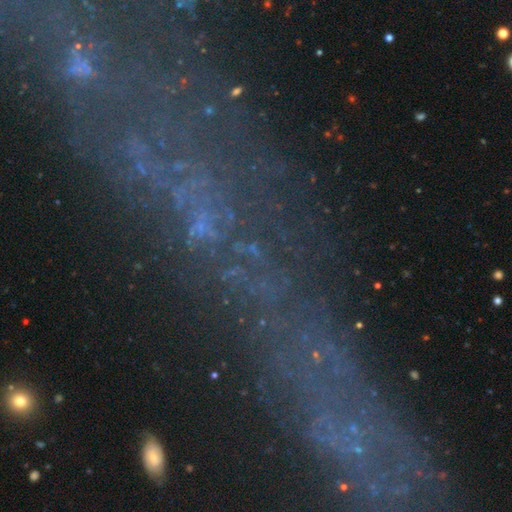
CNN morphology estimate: This is possibly a star or artifact rather than a galaxy (50%).